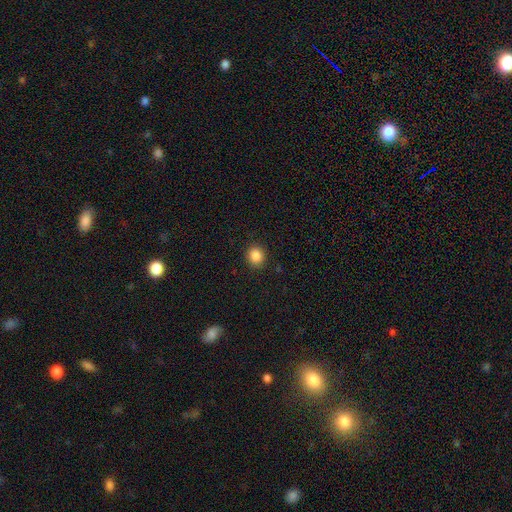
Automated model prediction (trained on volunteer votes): Smooth or featured? smooth (86%)
How rounded? round (78%)
Merging? none (91%)